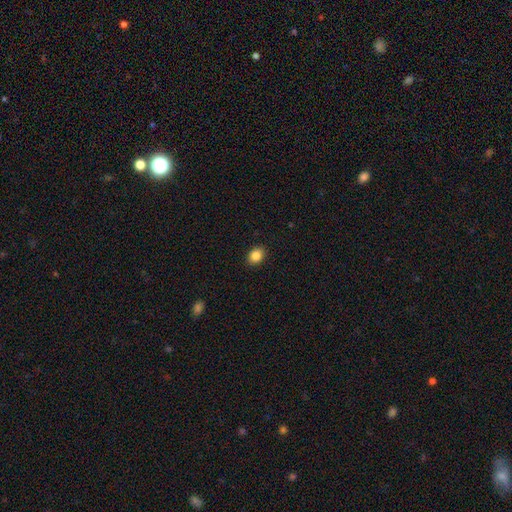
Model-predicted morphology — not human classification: Smooth or featured? Predicted: smooth (p=0.86). How rounded? Predicted: in between (p=0.59). Merging? Predicted: none (p=0.90).